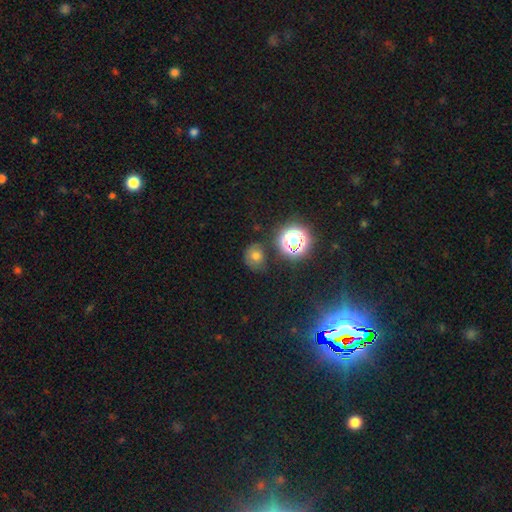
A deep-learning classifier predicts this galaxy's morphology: smooth-or-featured: smooth: 66% | star or artifact: 23% | featured or disk: 12%
  how-rounded: round: 69% | in between: 30% | cigar-shaped: 1%
  merging: none: 68% | minor disturbance: 20% | major disturbance: 7% | merger: 6%